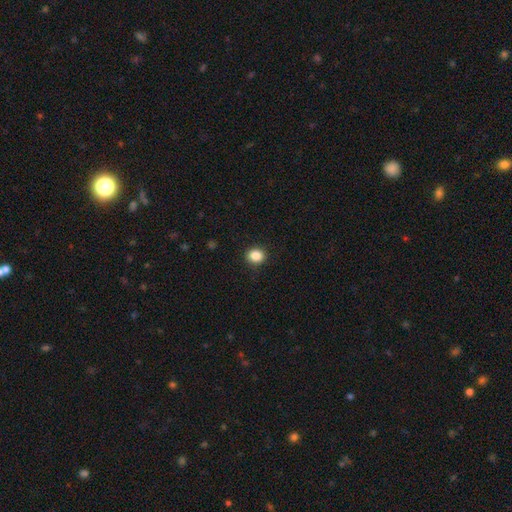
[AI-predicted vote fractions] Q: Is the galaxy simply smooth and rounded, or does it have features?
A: smooth — 87%.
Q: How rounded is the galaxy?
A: round — 71%.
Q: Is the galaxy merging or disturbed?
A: none — 91%.